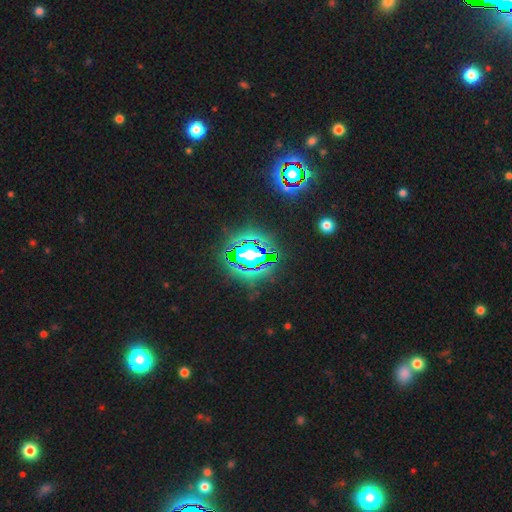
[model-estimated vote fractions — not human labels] Smooth or featured?
  - star or artifact: 83% *
  - smooth: 10%
  - featured or disk: 7%